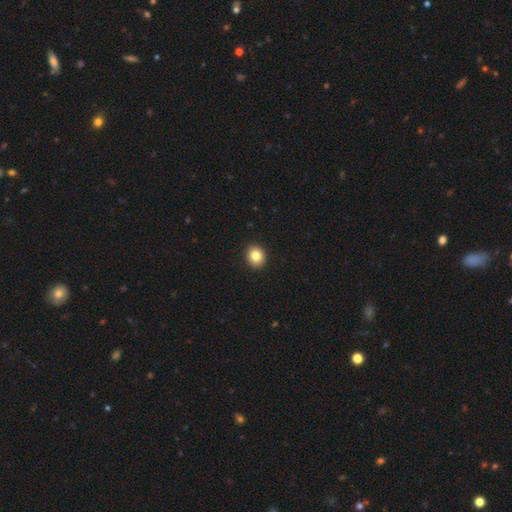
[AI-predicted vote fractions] smooth-or-featured: smooth: 83% | star or artifact: 10% | featured or disk: 7%
  how-rounded: round: 68% | in between: 32% | cigar-shaped: 1%
  merging: none: 92% | minor disturbance: 6% | major disturbance: 2% | merger: 1%